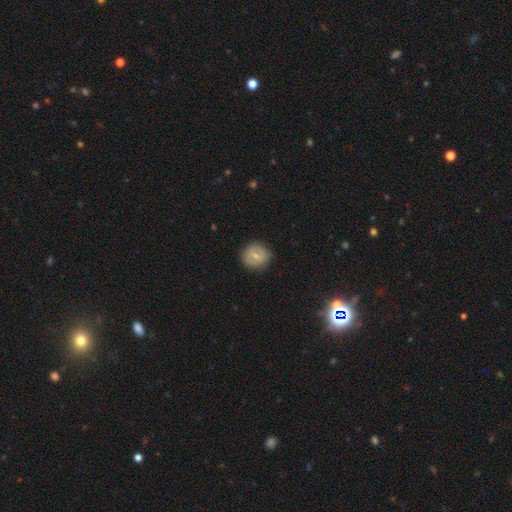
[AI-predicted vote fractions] This is possibly a smooth galaxy (57%). How rounded: clearly round (87%). Merging: clearly none (86%).